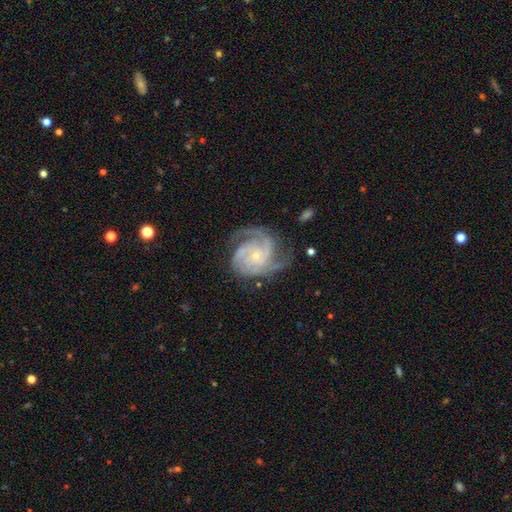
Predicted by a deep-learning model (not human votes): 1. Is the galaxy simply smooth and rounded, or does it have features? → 92% featured or disk, 5% star or artifact, 4% smooth.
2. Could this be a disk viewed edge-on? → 98% no, 2% yes.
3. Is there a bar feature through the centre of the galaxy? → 75% no, 19% weak, 5% strong.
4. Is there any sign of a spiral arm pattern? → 98% yes, 2% no.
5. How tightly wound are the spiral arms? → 59% tight, 36% medium, 5% loose.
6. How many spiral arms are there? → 53% 3, 16% 4, 13% 2, 8% can't tell, 5% more than 4, 5% 1.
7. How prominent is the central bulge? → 80% small, 16% moderate, 2% none, 1% large, 1% dominant.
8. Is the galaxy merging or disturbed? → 70% none, 19% minor disturbance, 9% major disturbance, 2% merger.